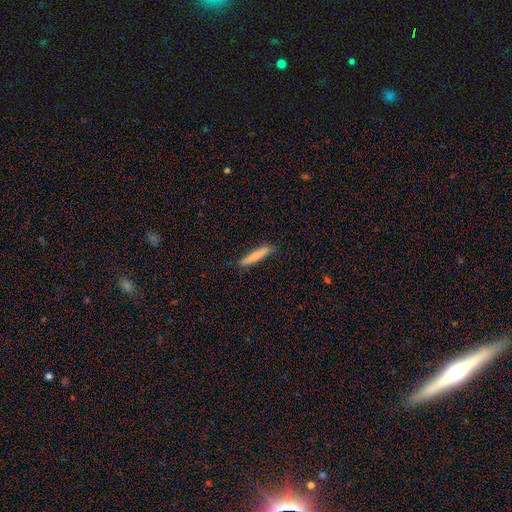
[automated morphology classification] Overall: smooth (79%). How rounded: cigar-shaped (92%). Merging: none (86%).